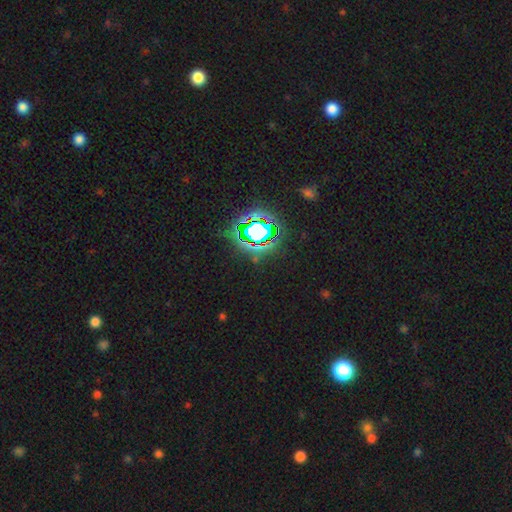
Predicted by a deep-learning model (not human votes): smooth_or_featured: star or artifact (p=0.76) [alt: smooth p=0.14]